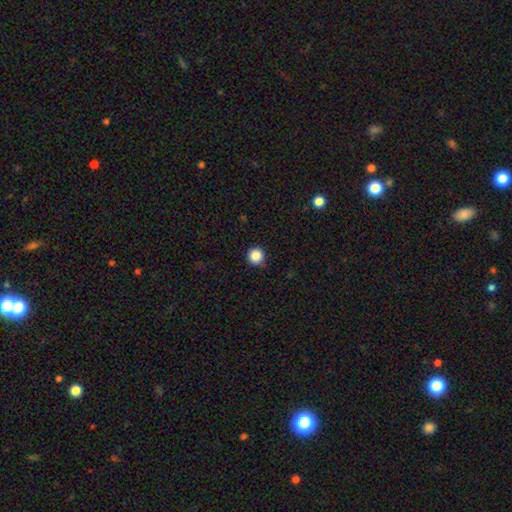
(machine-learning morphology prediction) Smooth or featured: smooth — 86% (star or artifact — 11%)
How rounded: round — 96% (in between — 3%)
Merging: none — 89% (minor disturbance — 8%)